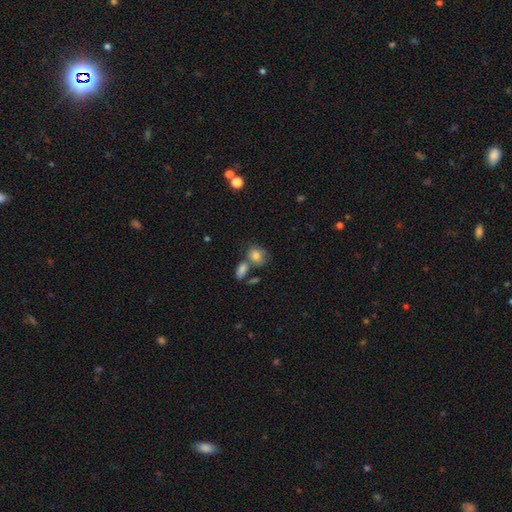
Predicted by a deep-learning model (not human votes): Morphology: type=smooth (78%); roundness=in between (59%); merging=none (44%).